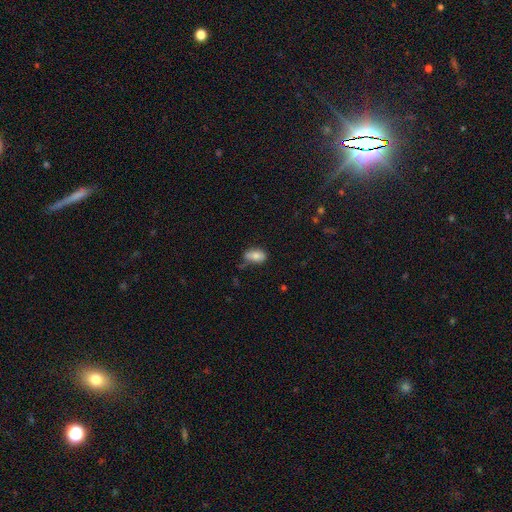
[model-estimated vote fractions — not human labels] smooth-or-featured: smooth: 78% | featured or disk: 13% | star or artifact: 8%
  how-rounded: in between: 88% | round: 9% | cigar-shaped: 3%
  merging: none: 54% | minor disturbance: 31% | major disturbance: 8% | merger: 7%